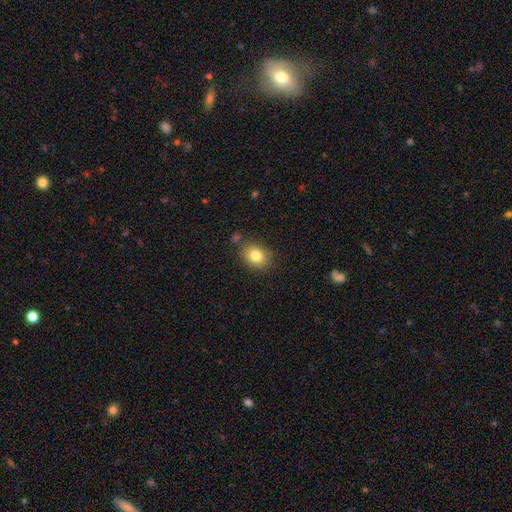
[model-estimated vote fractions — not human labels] The model was most divided on "how rounded": in between: 53%, round: 46%, cigar-shaped: 1%. More confident: smooth or featured — smooth (82%); merging — none (80%).